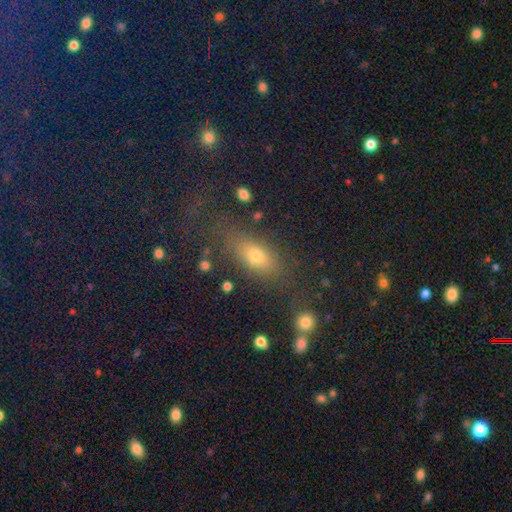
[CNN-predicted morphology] type=smooth (69%); roundness=in between (69%); merging=none (66%).